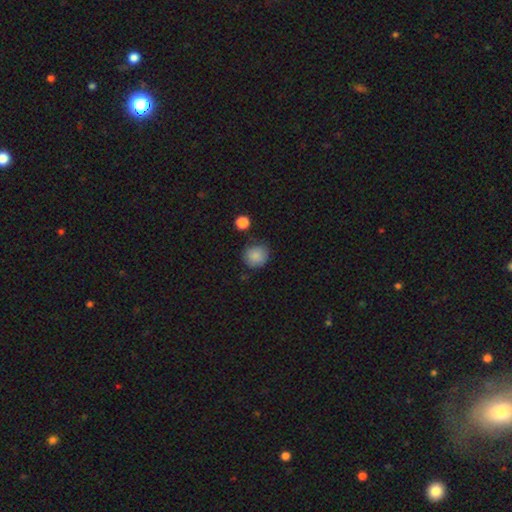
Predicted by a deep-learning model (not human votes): Smooth or featured? smooth (86%)
How rounded? round (87%)
Merging? none (77%)